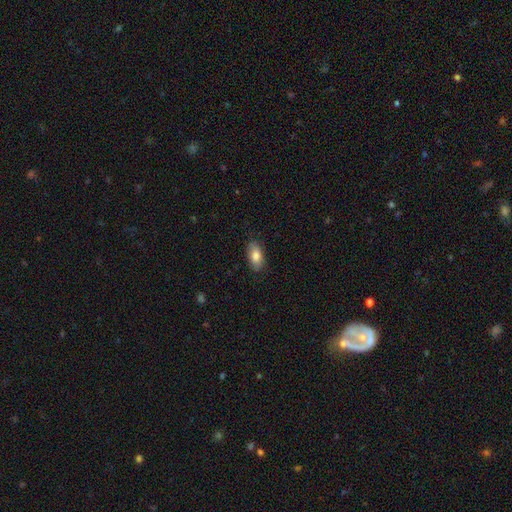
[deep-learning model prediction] This is clearly a smooth galaxy (84%). How rounded: clearly in between (91%). Merging: clearly none (84%).